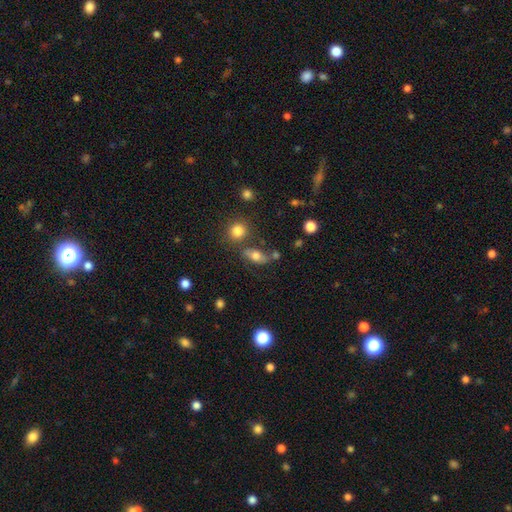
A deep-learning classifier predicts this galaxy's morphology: Smooth or featured? Predicted: smooth (p=0.69). How rounded? Predicted: in between (p=0.77). Merging? Predicted: none (p=0.63).